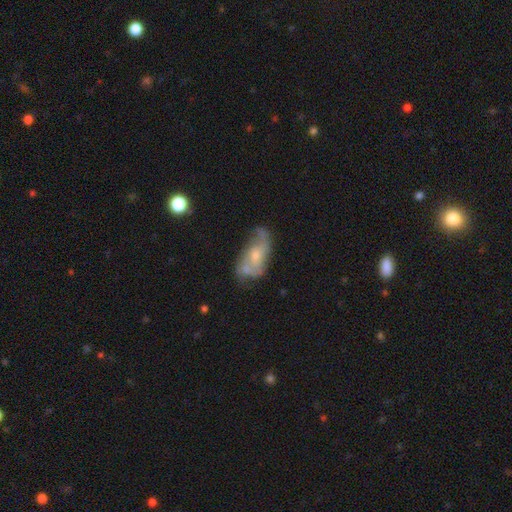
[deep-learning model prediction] featured or disk 74%, smooth 20%, star or artifact 7%. Down the decision tree: edge-on disk — no (95%); bar — no (66%); spiral arms — yes (83%); spiral arm count — 2 (61%); spiral winding — medium (43%); bulge size — small (60%); merging — none (46%).